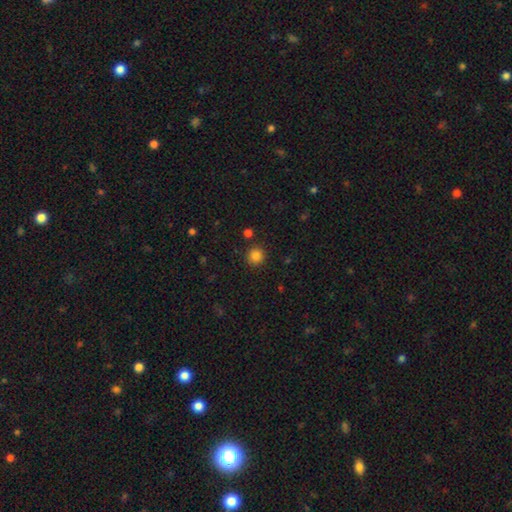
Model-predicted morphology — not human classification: smooth-or-featured: smooth: 84% | star or artifact: 12% | featured or disk: 4%
  how-rounded: round: 93% | in between: 6% | cigar-shaped: 1%
  merging: none: 88% | minor disturbance: 6% | merger: 3% | major disturbance: 2%